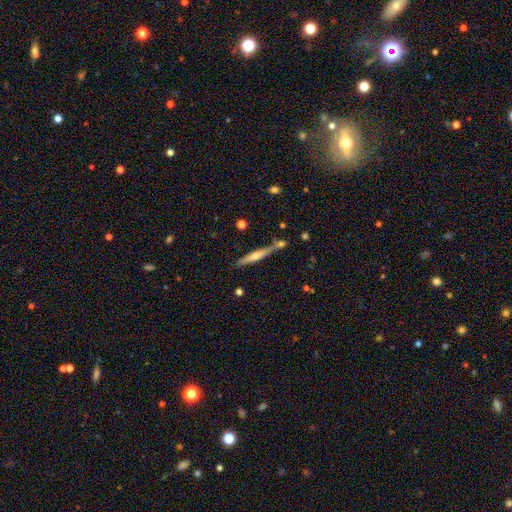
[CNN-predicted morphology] Smooth or featured? Predicted: featured or disk (p=0.59). Edge-on disk? Predicted: yes (p=0.96). Edge-on bulge? Predicted: rounded (p=0.74). Merging? Predicted: none (p=0.73).